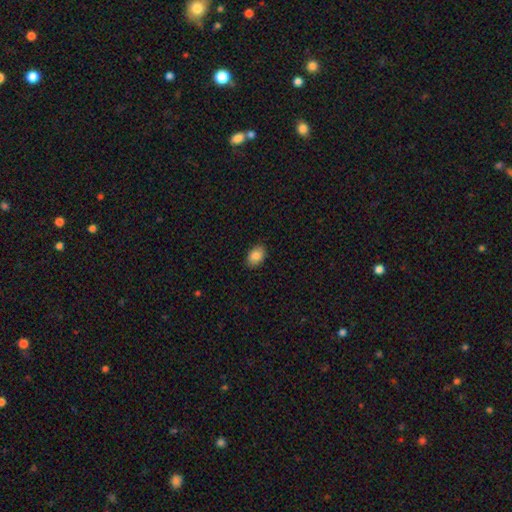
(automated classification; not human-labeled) This is clearly a smooth galaxy (86%). How rounded: clearly in between (83%). Merging: clearly none (88%).